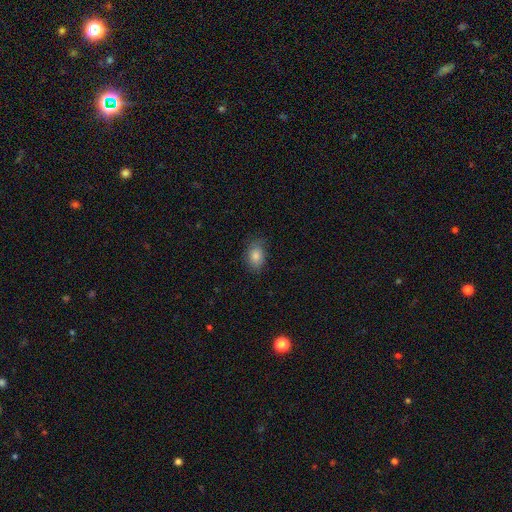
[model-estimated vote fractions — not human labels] Smooth or featured? Predicted: smooth (p=0.79). How rounded? Predicted: in between (p=0.79). Merging? Predicted: none (p=0.76).